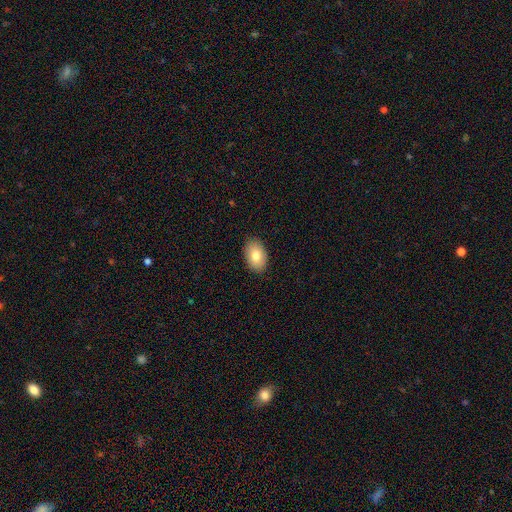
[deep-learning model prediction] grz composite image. It shows a smooth galaxy with no disk features (81%) that is in between round and cigar-shaped (88%). Merging: none (89%).